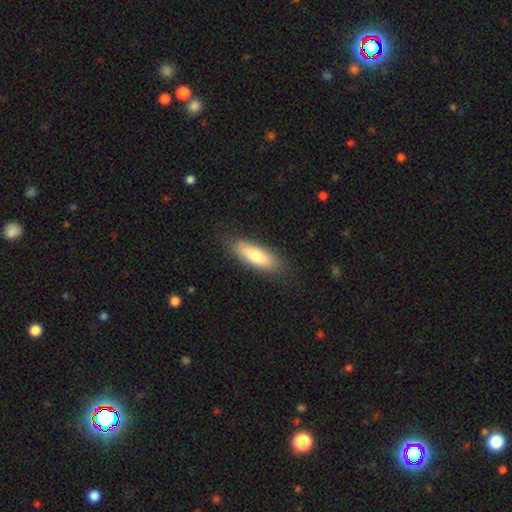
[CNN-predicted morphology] type=smooth (76%); roundness=in between (57%); merging=none (84%).